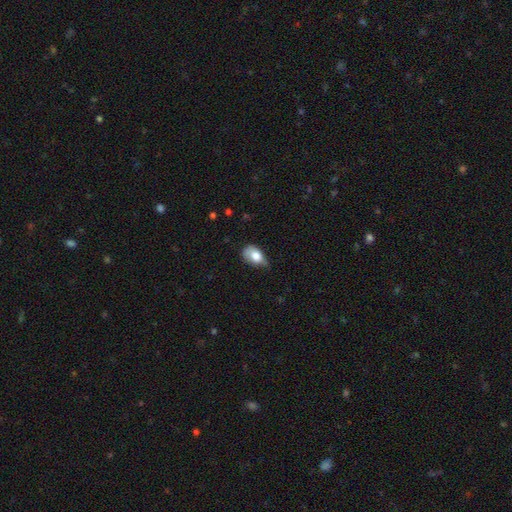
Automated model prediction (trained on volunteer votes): Smooth or featured? smooth (75%)
How rounded? in between (82%)
Merging? minor disturbance (47%)